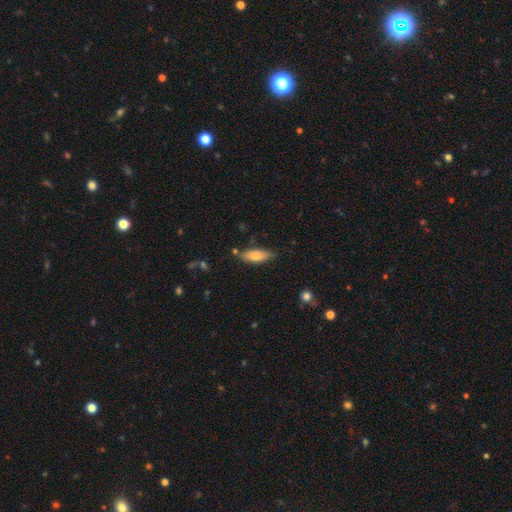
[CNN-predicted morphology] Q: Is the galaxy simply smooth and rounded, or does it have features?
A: smooth — 81%.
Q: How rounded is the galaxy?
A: in between — 70%.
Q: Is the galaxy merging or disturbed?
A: none — 76%.